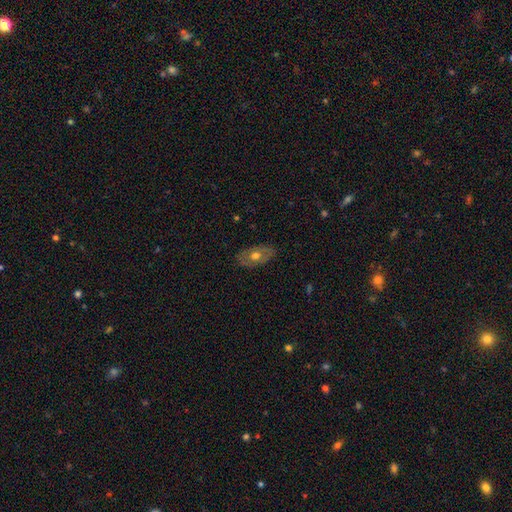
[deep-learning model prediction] Smooth or featured: smooth — 52% (featured or disk — 41%)
How rounded: in between — 89% (round — 9%)
Merging: none — 82% (minor disturbance — 14%)